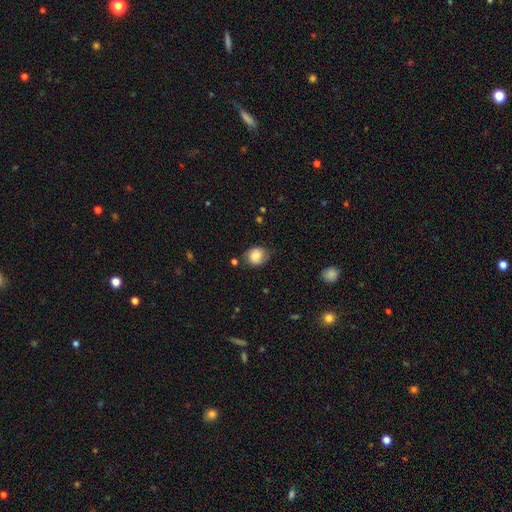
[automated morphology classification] A smooth galaxy with no disk features (72%) that is round (70%).

Vote fractions:
- Smooth or featured? smooth: 72% / featured or disk: 19% / star or artifact: 9%
- How rounded? round: 70% / in between: 29% / cigar-shaped: 1%
- Merging? none: 66% / minor disturbance: 25% / major disturbance: 7% / merger: 3%